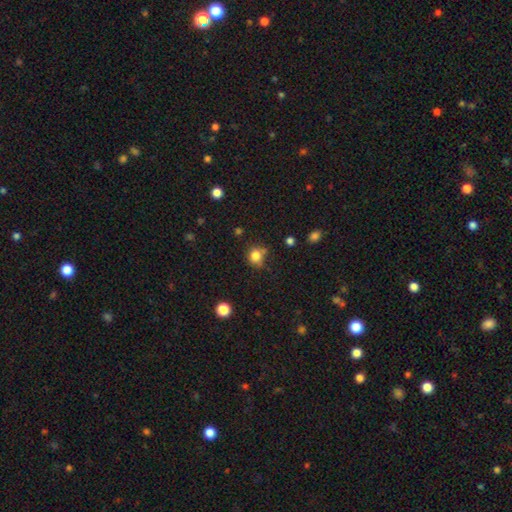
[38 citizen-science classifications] Smooth or featured?
  - smooth: 95% *
  - star or artifact: 5%
  - featured or disk: 0%
How rounded?
  - round: 81% *
  - in between: 19%
  - cigar-shaped: 0%
Merging?
  - none: 47% *
  - minor disturbance: 31%
  - major disturbance: 11%
  - merger: 11%